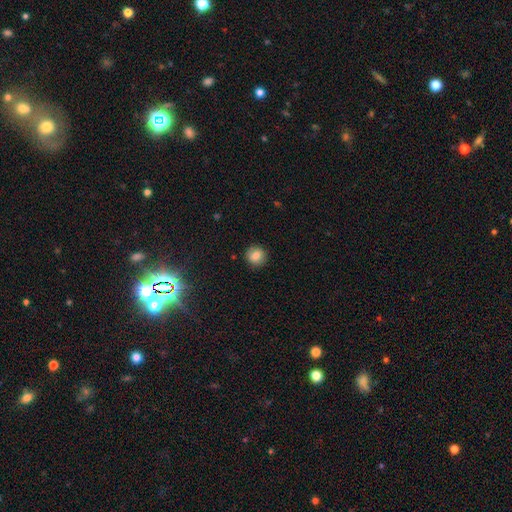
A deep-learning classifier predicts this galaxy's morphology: Smooth or featured? Predicted: smooth (p=0.83). How rounded? Predicted: round (p=0.90). Merging? Predicted: none (p=0.90).